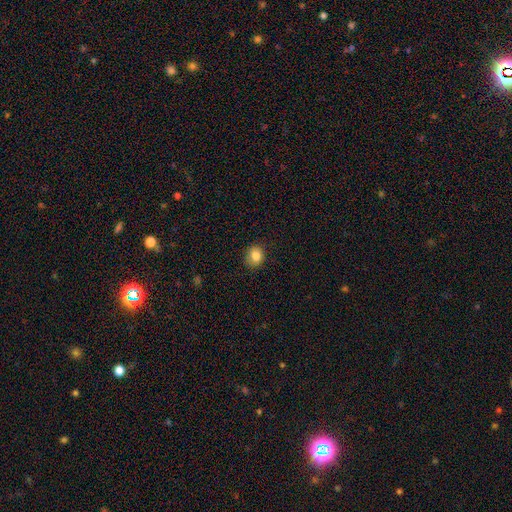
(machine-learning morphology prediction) Smooth or featured? smooth (84%)
How rounded? round (60%)
Merging? none (84%)